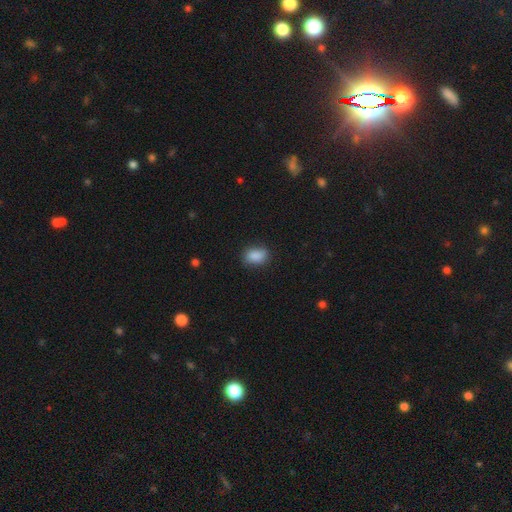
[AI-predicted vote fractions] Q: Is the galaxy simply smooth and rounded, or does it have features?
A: smooth — 87%.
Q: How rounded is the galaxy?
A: in between — 78%.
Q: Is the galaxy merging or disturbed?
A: none — 77%.